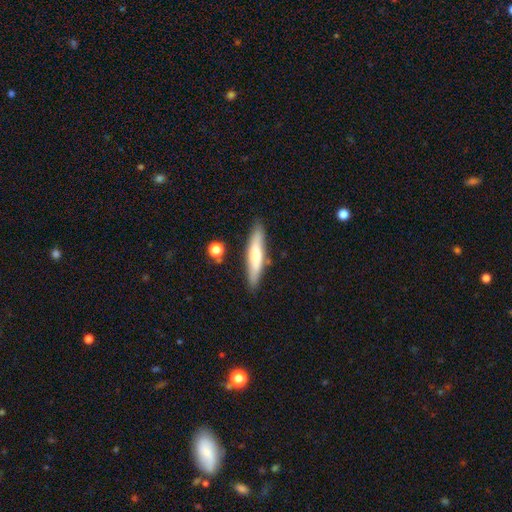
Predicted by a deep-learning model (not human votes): Smooth or featured? smooth (58%)
How rounded? cigar-shaped (85%)
Merging? none (84%)